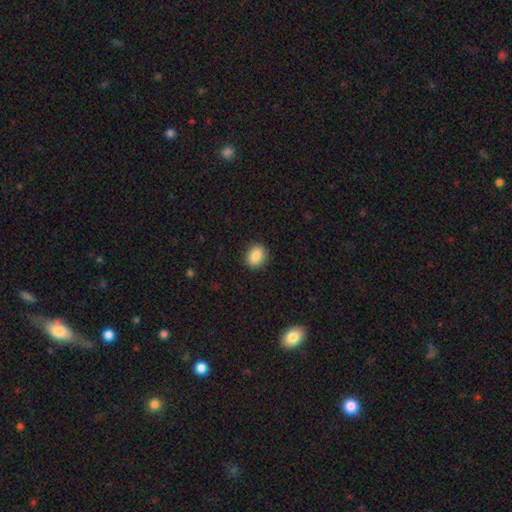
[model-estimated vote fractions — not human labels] A smooth galaxy with no disk features (87%) that is in between round and cigar-shaped (59%). Merging: none (89%).